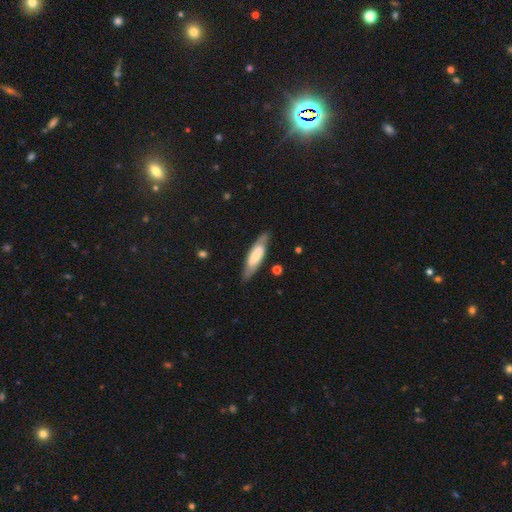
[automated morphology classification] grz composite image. It shows a smooth galaxy with no disk features (52%) that is cigar-shaped (62%). Merging: none (81%).